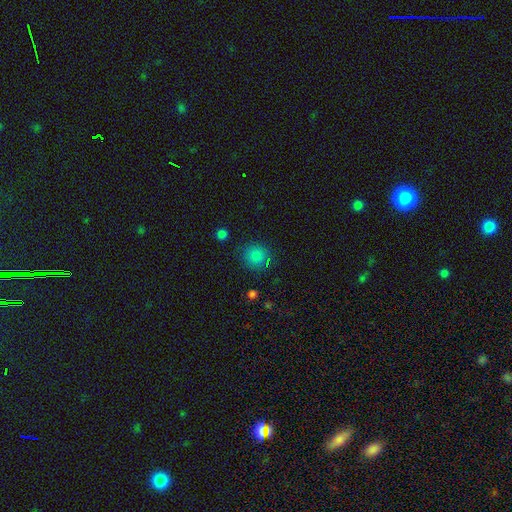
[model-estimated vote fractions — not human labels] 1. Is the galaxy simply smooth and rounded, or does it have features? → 83% smooth, 13% star or artifact, 4% featured or disk.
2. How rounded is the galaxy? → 90% round, 9% in between, 1% cigar-shaped.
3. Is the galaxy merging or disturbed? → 85% none, 9% minor disturbance, 3% major disturbance, 2% merger.